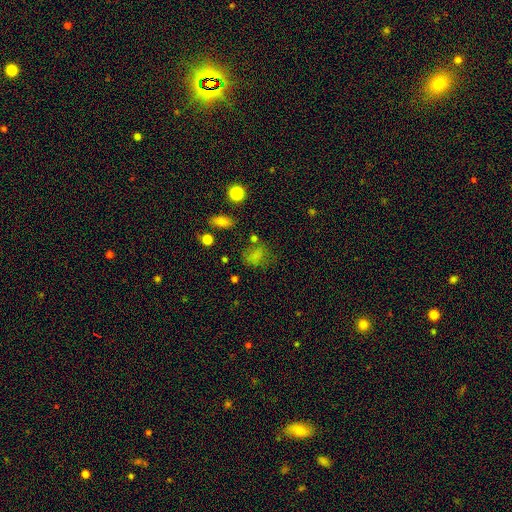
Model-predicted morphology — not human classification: This is likely a smooth galaxy (71%). How rounded: likely in between (62%). Merging: possibly none (57%).